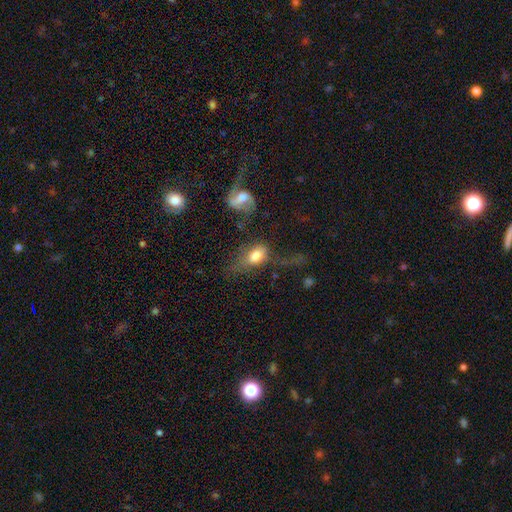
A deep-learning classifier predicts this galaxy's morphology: This appears to be a smooth galaxy with no disk features (67%) that is in between round and cigar-shaped (83%). Merging: major disturbance (37%).